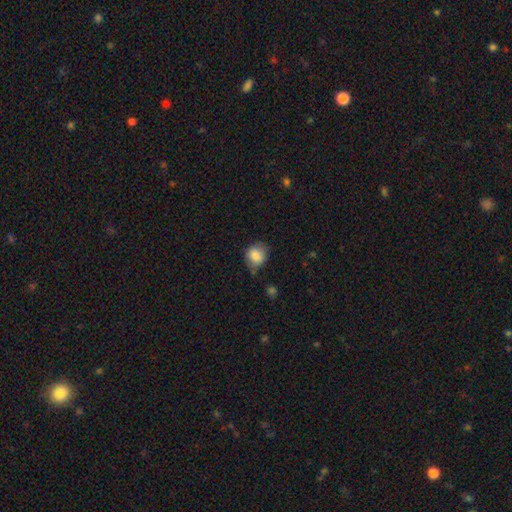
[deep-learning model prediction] Morphology: type=smooth (82%); roundness=round (69%); merging=none (58%).